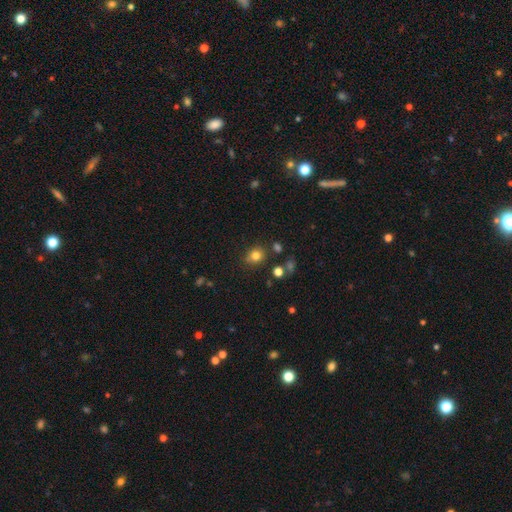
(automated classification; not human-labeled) Smooth or featured? Predicted: smooth (p=0.80). How rounded? Predicted: round (p=0.67). Merging? Predicted: none (p=0.78).